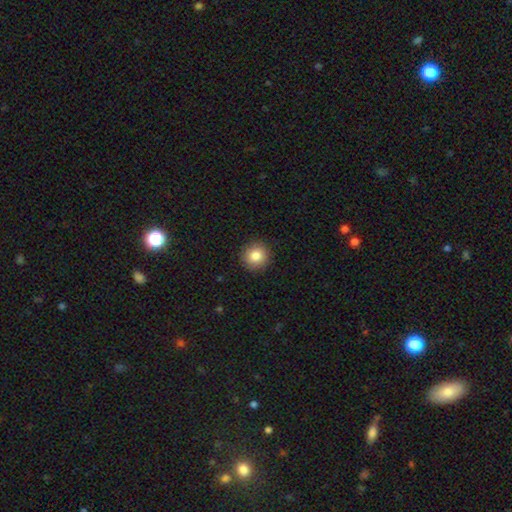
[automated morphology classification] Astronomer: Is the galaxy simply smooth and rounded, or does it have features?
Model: smooth — 84%.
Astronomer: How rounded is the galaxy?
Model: round — 92%.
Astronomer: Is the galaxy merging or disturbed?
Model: none — 91%.